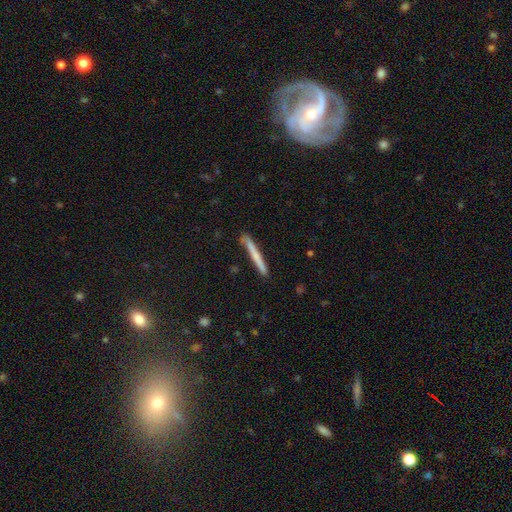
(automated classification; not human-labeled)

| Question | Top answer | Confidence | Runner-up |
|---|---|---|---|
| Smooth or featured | smooth | 58% | featured or disk (35%) |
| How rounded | cigar-shaped | 97% | in between (2%) |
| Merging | none | 85% | minor disturbance (11%) |